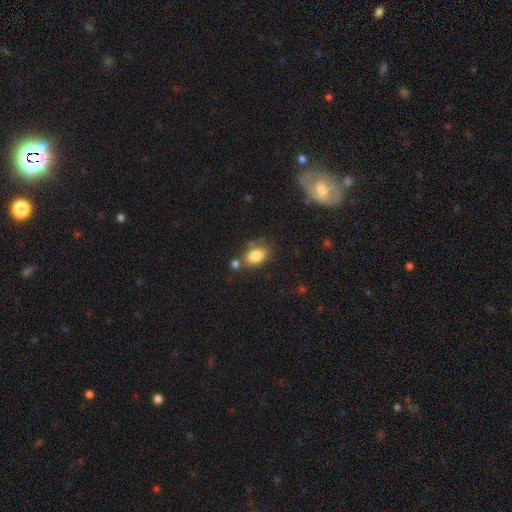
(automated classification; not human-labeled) smooth_or_featured: smooth (p=0.83) [alt: star or artifact p=0.09]
how_rounded: in between (p=0.84) [alt: round p=0.14]
merging: none (p=0.60) [alt: minor disturbance p=0.18]